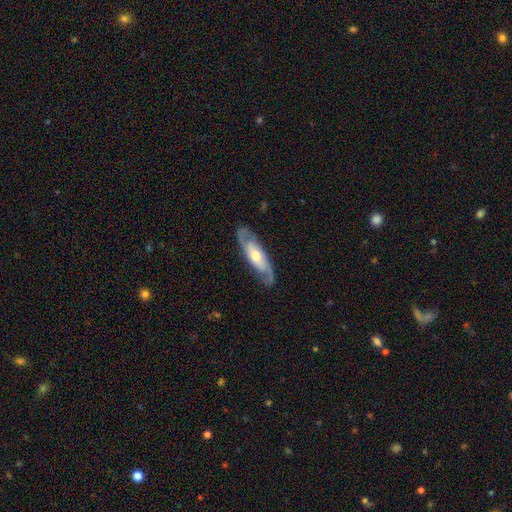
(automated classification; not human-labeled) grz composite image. It shows a featured or disk galaxy (79%) with no bar (59%), 2 (85%) medium (45%) spiral arms (91%) and a moderate central bulge (61%). Merging: none (82%).